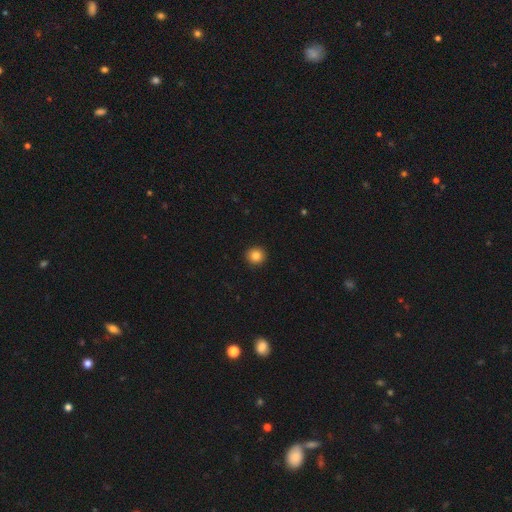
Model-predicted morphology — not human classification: smooth-or-featured: smooth: 84% | star or artifact: 11% | featured or disk: 5%
  how-rounded: round: 93% | in between: 6% | cigar-shaped: 1%
  merging: none: 93% | minor disturbance: 5% | major disturbance: 1% | merger: 1%